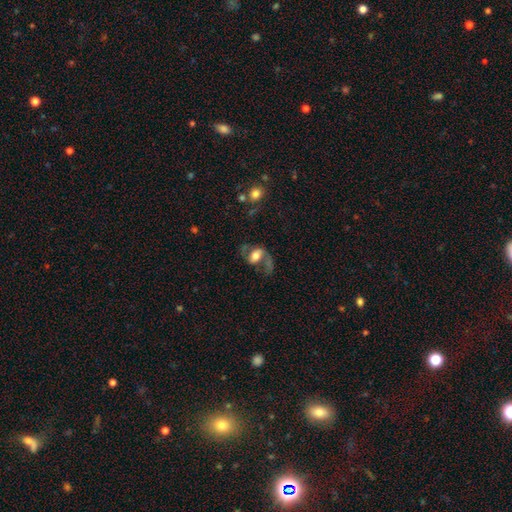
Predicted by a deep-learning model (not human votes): The model was most divided on "bar": no: 40%, weak: 37%, strong: 23%. Remaining: edge-on disk — no (95%); spiral arms — yes (82%); smooth or featured — featured or disk (61%); bulge size — moderate (48%); merging — none (42%).